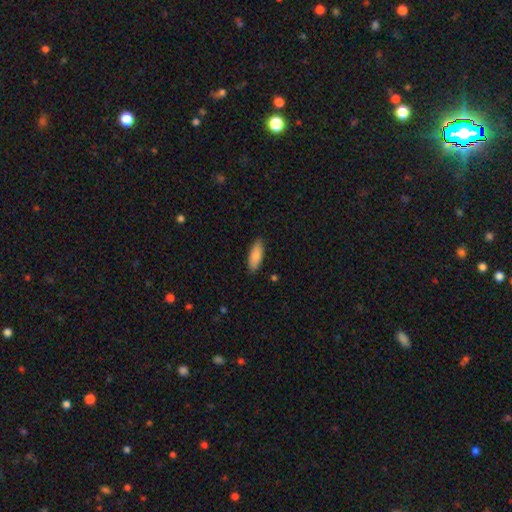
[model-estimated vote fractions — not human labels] A smooth galaxy with no disk features (87%) that is in between round and cigar-shaped (74%). Merging: none (87%).